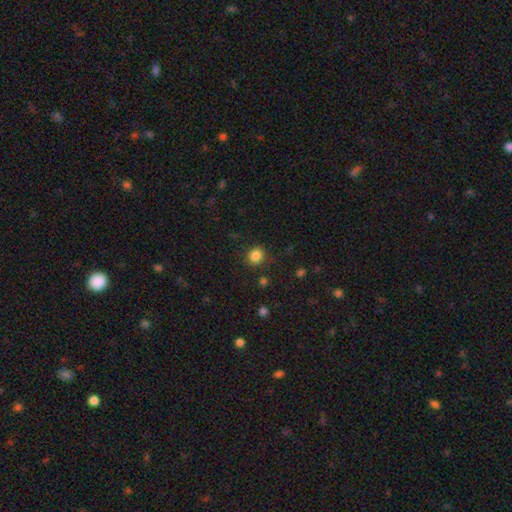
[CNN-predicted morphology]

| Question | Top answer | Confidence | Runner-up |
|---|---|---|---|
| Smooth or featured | smooth | 84% | star or artifact (12%) |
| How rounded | round | 82% | in between (18%) |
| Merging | none | 86% | minor disturbance (9%) |